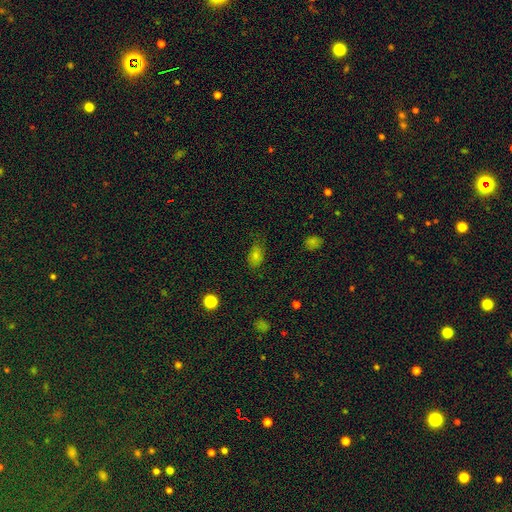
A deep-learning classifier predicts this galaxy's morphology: Smooth or featured? smooth (67%)
How rounded? in between (81%)
Merging? none (66%)